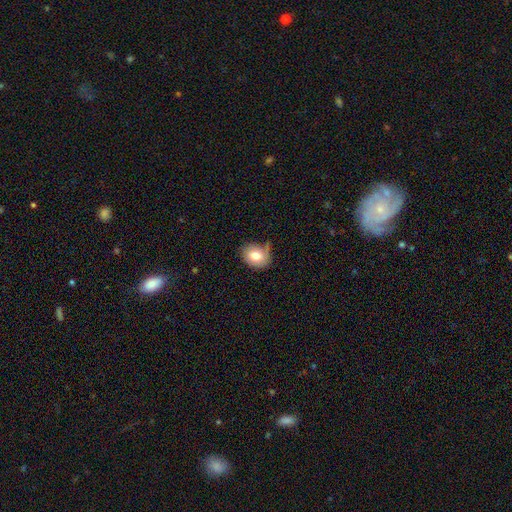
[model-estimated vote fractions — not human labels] smooth_or_featured: smooth (p=0.77) [alt: featured or disk p=0.14]
how_rounded: in between (p=0.51) [alt: round p=0.48]
merging: none (p=0.60) [alt: minor disturbance p=0.27]